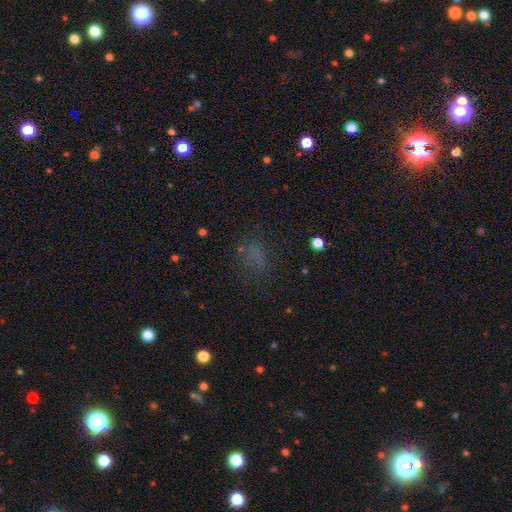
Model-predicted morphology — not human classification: smooth-or-featured: smooth: 55% | star or artifact: 31% | featured or disk: 14%
  how-rounded: in between: 63% | round: 34% | cigar-shaped: 3%
  merging: none: 64% | minor disturbance: 17% | major disturbance: 16% | merger: 3%